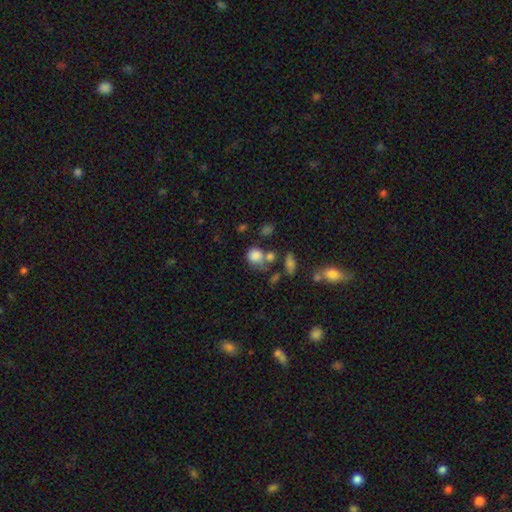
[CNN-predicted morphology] Smooth or featured? Predicted: smooth (p=0.79). How rounded? Predicted: round (p=0.73). Merging? Predicted: none (p=0.45).